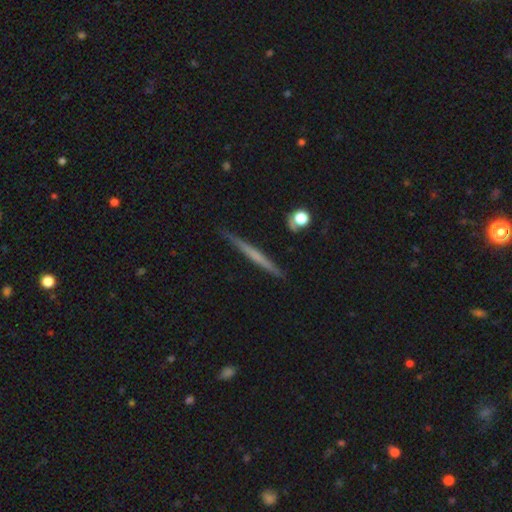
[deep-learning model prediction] Overall: featured or disk (52%; smooth 42%). Edge-on disk: yes (97%). Edge-on bulge: none (83%). Merging: none (89%).